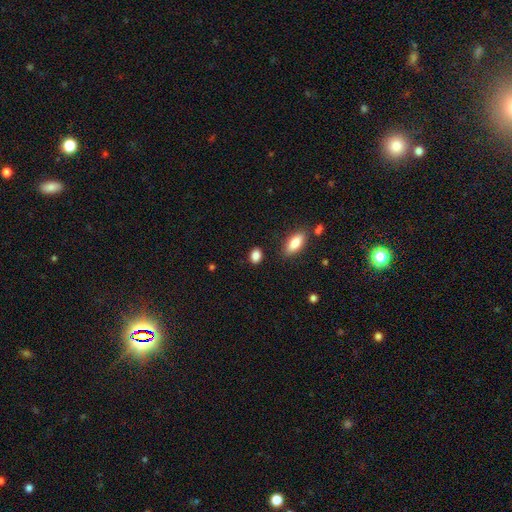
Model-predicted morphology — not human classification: Smooth or featured: smooth — 87% (star or artifact — 9%)
How rounded: in between — 70% (round — 28%)
Merging: none — 84% (minor disturbance — 10%)